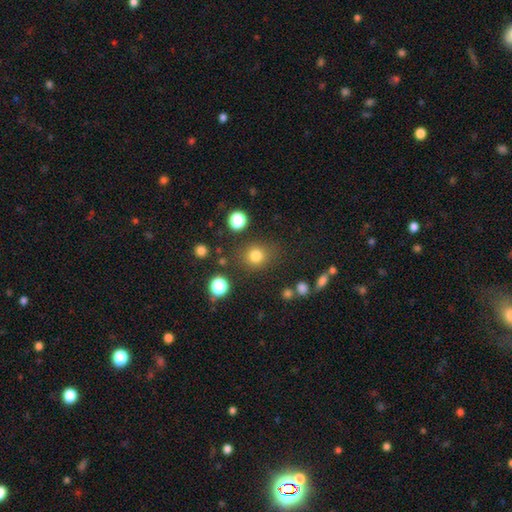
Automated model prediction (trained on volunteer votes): Smooth or featured?
  - smooth: 79% *
  - star or artifact: 15%
  - featured or disk: 6%
How rounded?
  - round: 82% *
  - in between: 17%
  - cigar-shaped: 1%
Merging?
  - none: 81% *
  - minor disturbance: 11%
  - major disturbance: 4%
  - merger: 4%